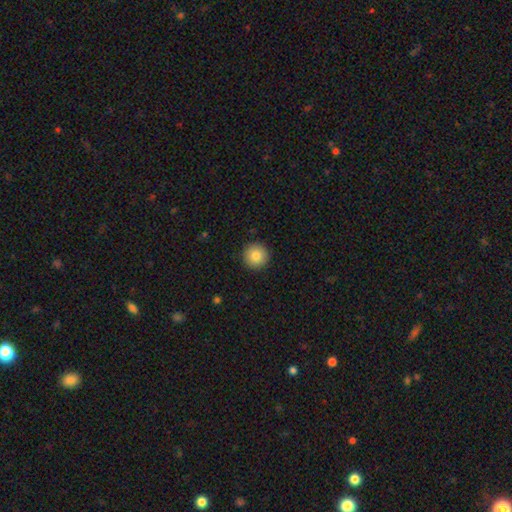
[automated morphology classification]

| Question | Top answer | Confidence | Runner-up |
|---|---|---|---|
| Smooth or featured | smooth | 84% | star or artifact (9%) |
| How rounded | round | 96% | in between (3%) |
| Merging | none | 92% | minor disturbance (5%) |